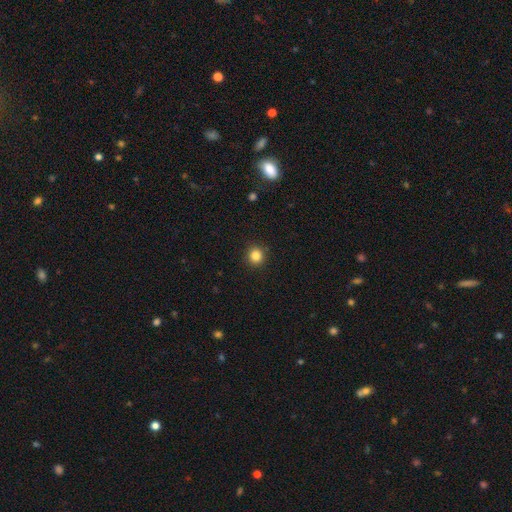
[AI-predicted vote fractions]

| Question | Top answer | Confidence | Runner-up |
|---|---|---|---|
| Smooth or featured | smooth | 84% | star or artifact (12%) |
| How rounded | round | 93% | in between (6%) |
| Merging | none | 92% | minor disturbance (5%) |